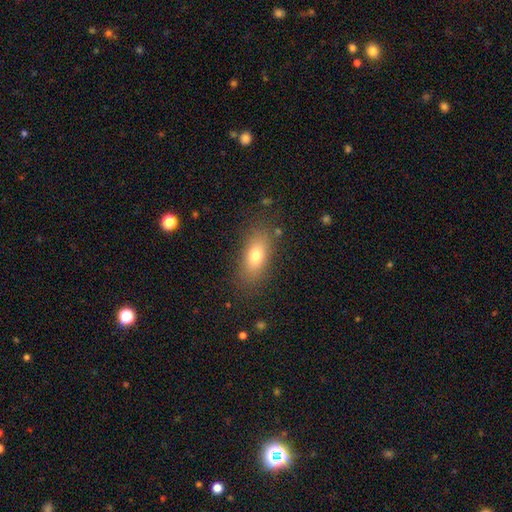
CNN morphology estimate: type=smooth (73%); roundness=in between (79%); merging=none (82%).